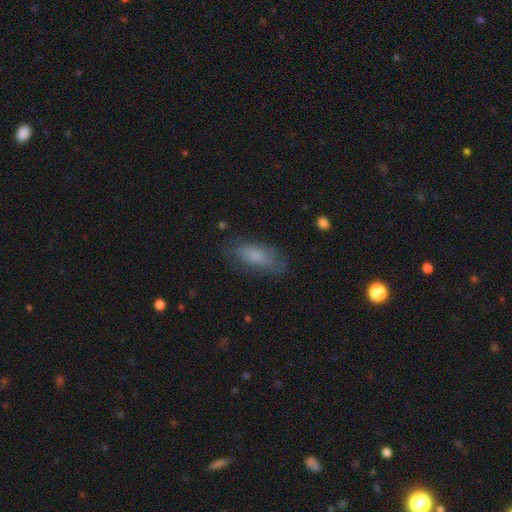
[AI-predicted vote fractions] Q: Smooth or featured?
A: smooth (69%); runner-up: featured or disk (23%)
Q: How rounded?
A: in between (76%); runner-up: cigar-shaped (22%)
Q: Merging?
A: none (74%); runner-up: minor disturbance (18%)